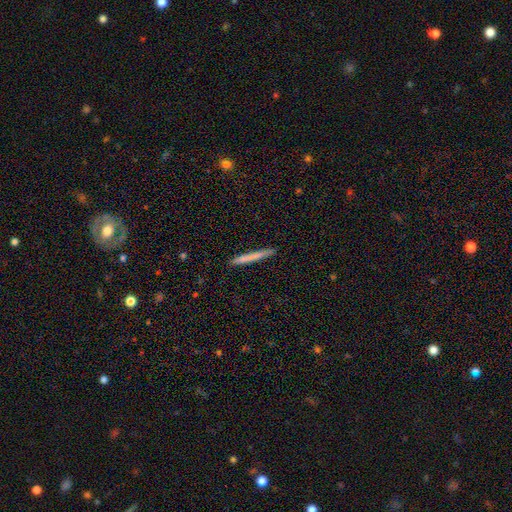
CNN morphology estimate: A smooth galaxy with no disk features (49%).

Vote fractions:
- Smooth or featured? smooth: 49% / featured or disk: 40% / star or artifact: 10%
- Merging? none: 90% / minor disturbance: 7% / major disturbance: 2% / merger: 1%